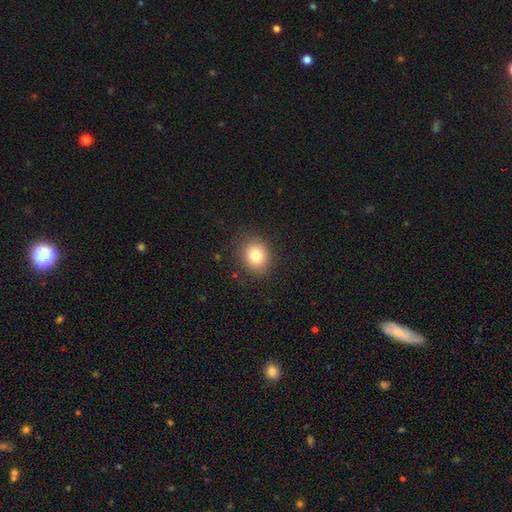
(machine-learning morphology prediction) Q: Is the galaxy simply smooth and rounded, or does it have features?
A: smooth — 80%.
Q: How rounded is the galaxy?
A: round — 73%.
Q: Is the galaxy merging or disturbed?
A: none — 88%.